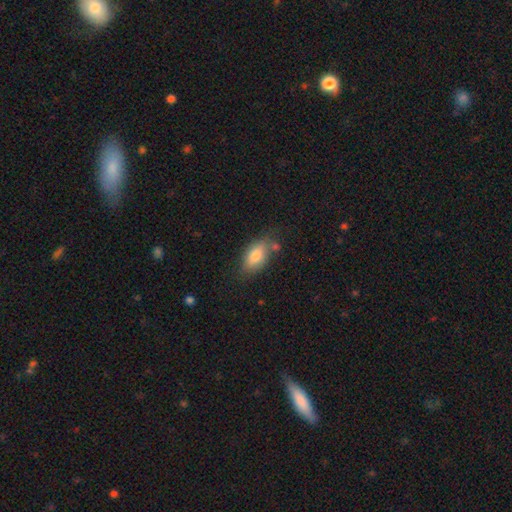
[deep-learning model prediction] This appears to be a smooth galaxy with no disk features (77%) that is in between round and cigar-shaped (88%). Merging: none (67%).